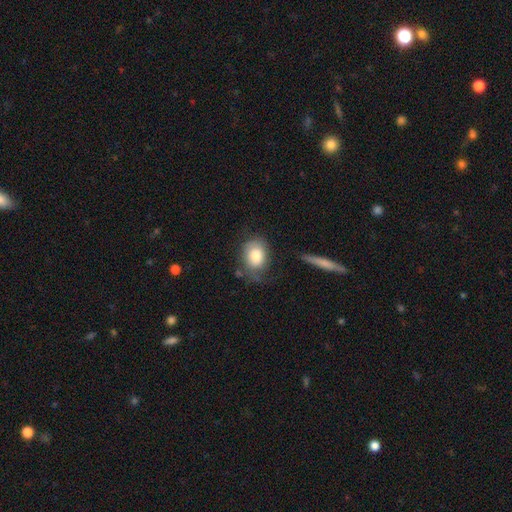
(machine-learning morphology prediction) This is likely a smooth galaxy (77%). How rounded: possibly in between (58%). Merging: possibly none (55%).